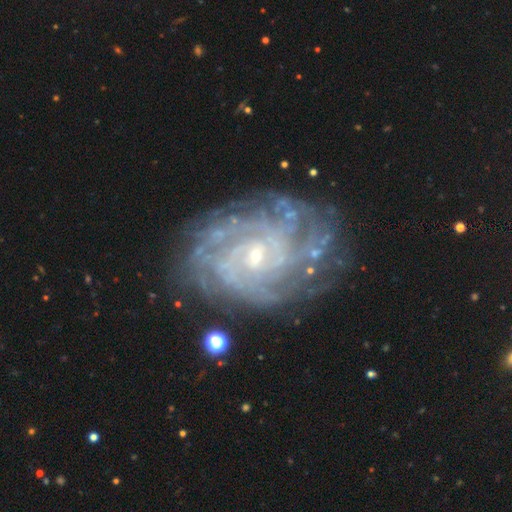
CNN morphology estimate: Smooth or featured?
  - featured or disk: 89% *
  - star or artifact: 6%
  - smooth: 5%
Edge-on disk?
  - no: 97% *
  - yes: 3%
Bar?
  - no: 58% *
  - weak: 34%
  - strong: 8%
Spiral arms?
  - yes: 97% *
  - no: 3%
Spiral winding?
  - tight: 74% *
  - medium: 21%
  - loose: 5%
Spiral arm count?
  - can't tell: 33% *
  - more than 4: 18%
  - 4: 18%
  - 3: 12%
  - 2: 11%
  - 1: 8%
Bulge size?
  - small: 74% *
  - moderate: 21%
  - none: 2%
  - large: 1%
  - dominant: 1%
Merging?
  - none: 75% *
  - minor disturbance: 16%
  - major disturbance: 7%
  - merger: 2%